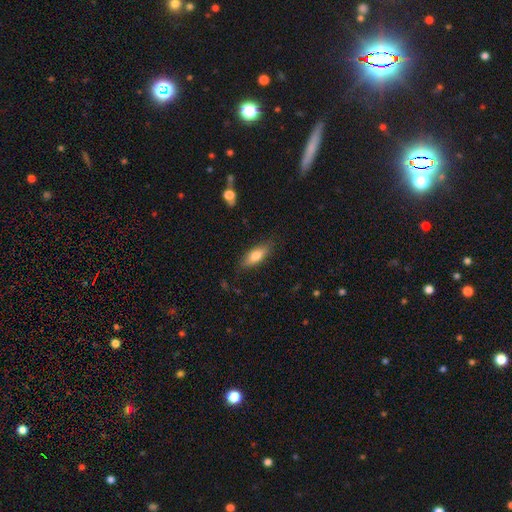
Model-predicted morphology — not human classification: Q: Smooth or featured?
A: smooth (77%); runner-up: featured or disk (17%)
Q: How rounded?
A: in between (69%); runner-up: cigar-shaped (28%)
Q: Merging?
A: none (82%); runner-up: minor disturbance (14%)